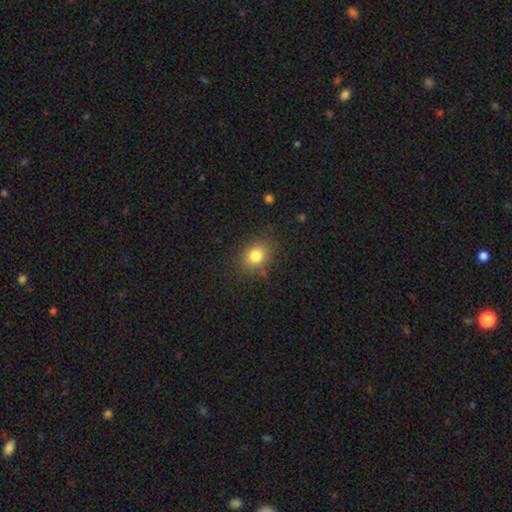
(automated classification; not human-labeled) This appears to be a smooth galaxy with no disk features (81%) that is round (53%). Merging: none (80%).